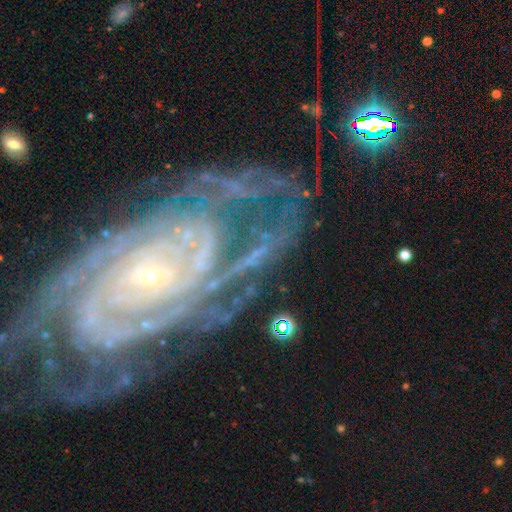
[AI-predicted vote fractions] Morphology: type=featured or disk (79%); edge-on=no (94%); bar=no (53%); spiral arms=yes (92%); winding=tight (69%); arm count=can't tell (30%); bulge=small (74%); merging=none (61%).